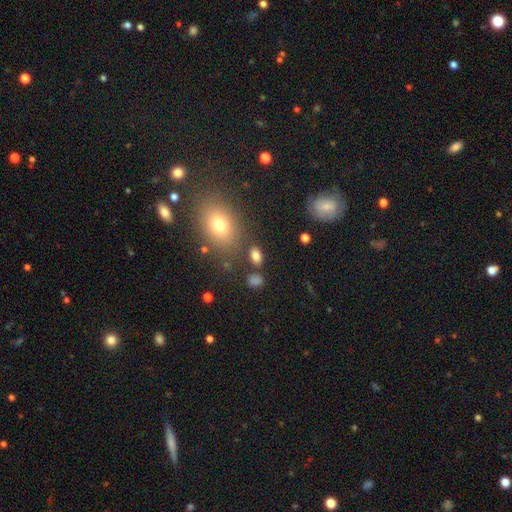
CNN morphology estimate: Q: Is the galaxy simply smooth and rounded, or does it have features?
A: smooth — 81%.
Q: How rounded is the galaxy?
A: in between — 85%.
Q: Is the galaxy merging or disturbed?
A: none — 75%.